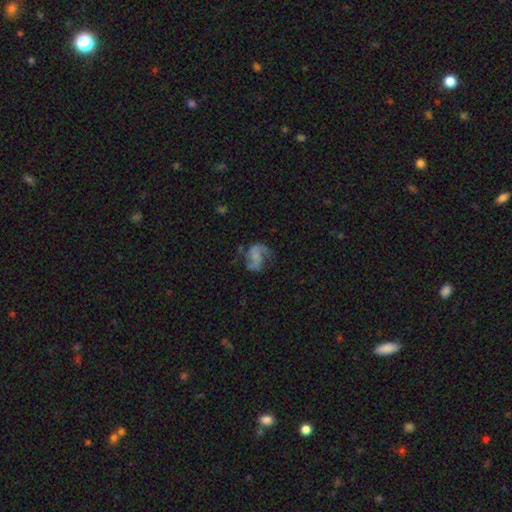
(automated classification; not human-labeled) A featured or disk galaxy (66%) with no bar (57%), 2 (82%) loose (57%) spiral arms (85%) and no central bulge (62%). Merging: none (47%).